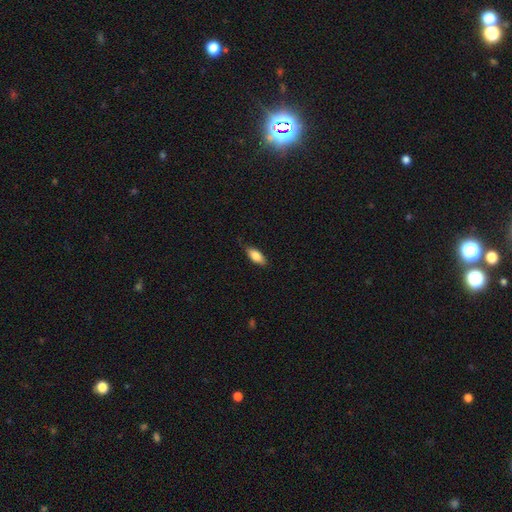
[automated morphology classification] smooth-or-featured: smooth: 81% | featured or disk: 12% | star or artifact: 6%
  how-rounded: in between: 84% | cigar-shaped: 14% | round: 2%
  merging: none: 78% | minor disturbance: 18% | major disturbance: 3% | merger: 1%